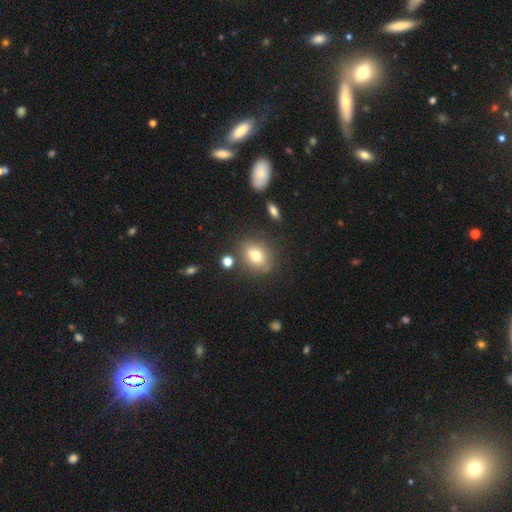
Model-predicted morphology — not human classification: type=smooth (75%); roundness=in between (51%); merging=none (78%).